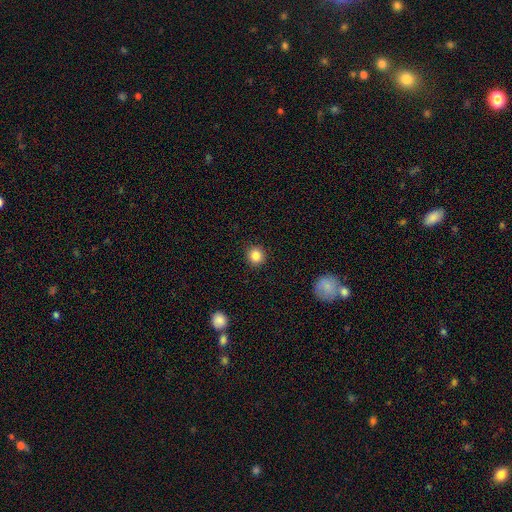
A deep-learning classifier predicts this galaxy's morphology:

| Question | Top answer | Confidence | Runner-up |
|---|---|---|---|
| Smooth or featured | smooth | 85% | star or artifact (10%) |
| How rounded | round | 90% | in between (9%) |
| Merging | none | 92% | minor disturbance (5%) |